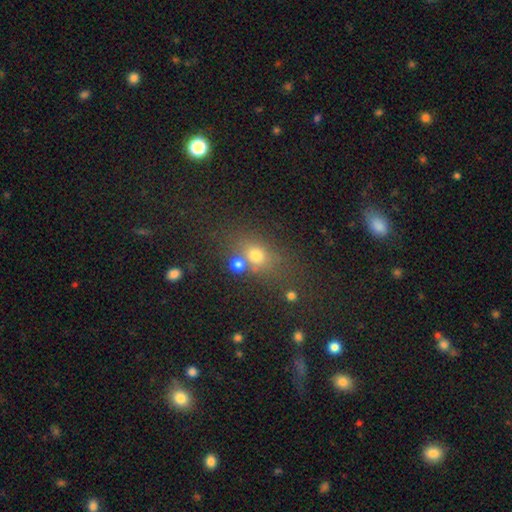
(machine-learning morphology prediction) This is likely a smooth galaxy (68%). How rounded: possibly round (51%). Merging: possibly none (58%).